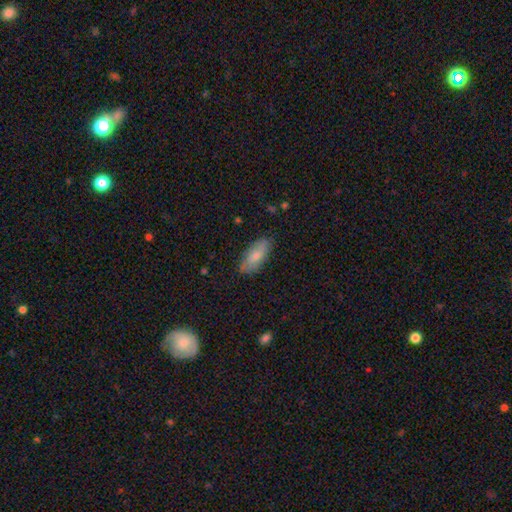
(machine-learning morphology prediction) smooth_or_featured: smooth (p=0.74) [alt: featured or disk p=0.20]
how_rounded: in between (p=0.85) [alt: cigar-shaped p=0.13]
merging: none (p=0.81) [alt: minor disturbance p=0.15]